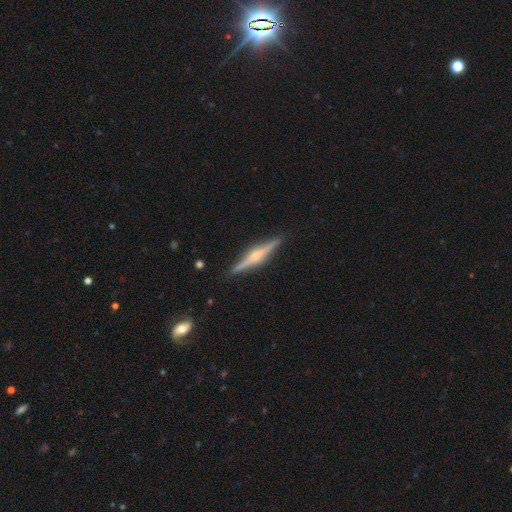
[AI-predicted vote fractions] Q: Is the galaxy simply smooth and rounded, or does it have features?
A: featured or disk — 81%.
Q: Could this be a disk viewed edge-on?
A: yes — 98%.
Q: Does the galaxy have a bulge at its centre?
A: rounded — 88%.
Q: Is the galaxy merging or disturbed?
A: none — 90%.